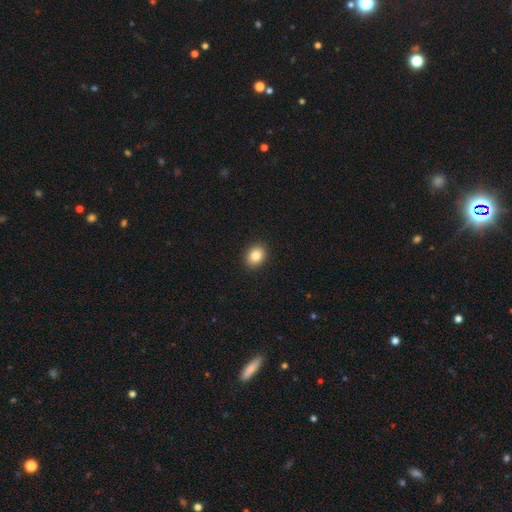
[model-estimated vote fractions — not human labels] Smooth or featured?
  - smooth: 83% *
  - star or artifact: 10%
  - featured or disk: 7%
How rounded?
  - round: 52% *
  - in between: 47%
  - cigar-shaped: 1%
Merging?
  - none: 92% *
  - minor disturbance: 6%
  - major disturbance: 2%
  - merger: 1%